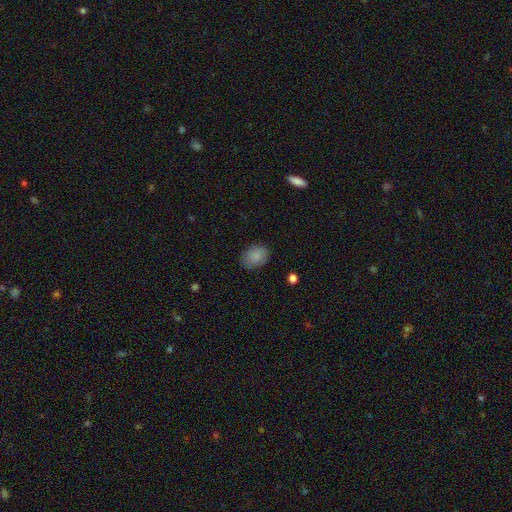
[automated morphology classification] Smooth or featured? smooth (86%)
How rounded? in between (73%)
Merging? none (81%)